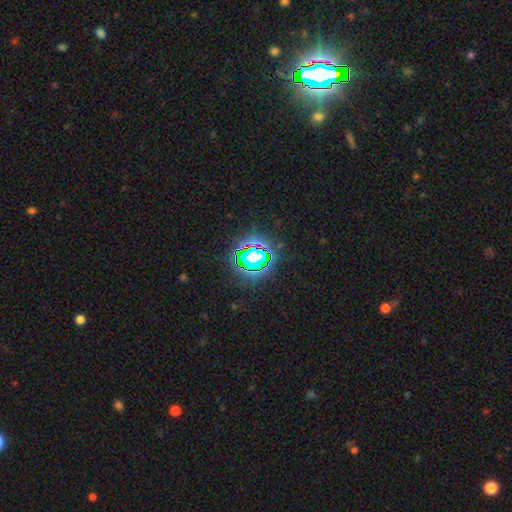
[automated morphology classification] smooth-or-featured: star or artifact: 74% | smooth: 15% | featured or disk: 11%